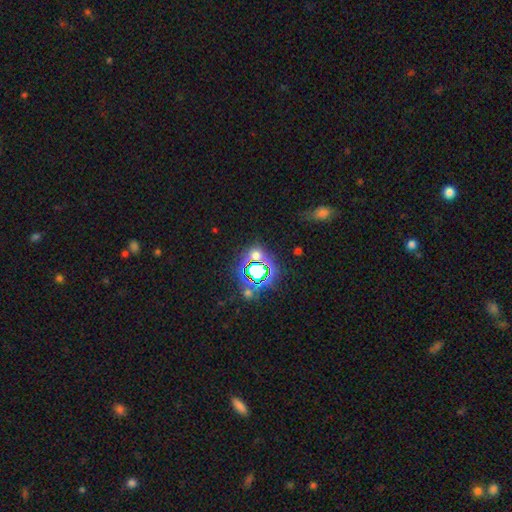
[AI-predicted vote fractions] This appears to be a star or artifact, not a galaxy (61%).